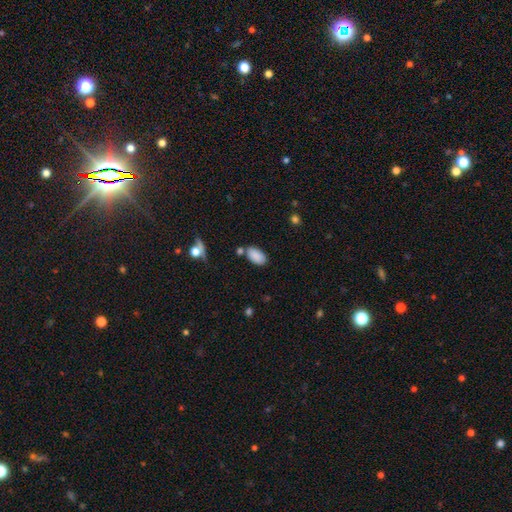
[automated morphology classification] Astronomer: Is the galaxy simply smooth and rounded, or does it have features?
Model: smooth — 86%.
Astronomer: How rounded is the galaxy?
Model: in between — 94%.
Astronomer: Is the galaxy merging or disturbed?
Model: none — 71%.